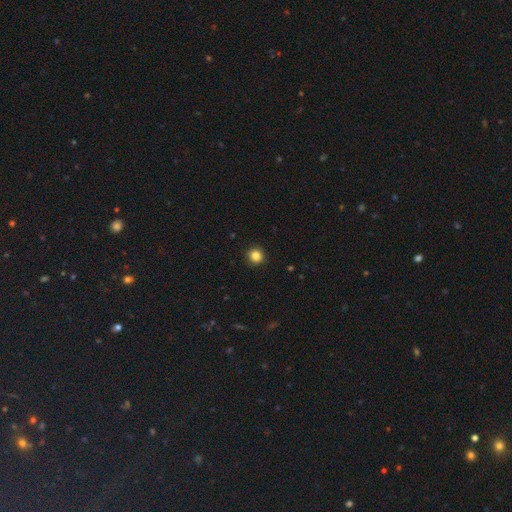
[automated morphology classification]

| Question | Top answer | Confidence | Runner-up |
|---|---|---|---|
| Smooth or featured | smooth | 85% | star or artifact (11%) |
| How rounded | round | 92% | in between (7%) |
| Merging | none | 92% | minor disturbance (5%) |